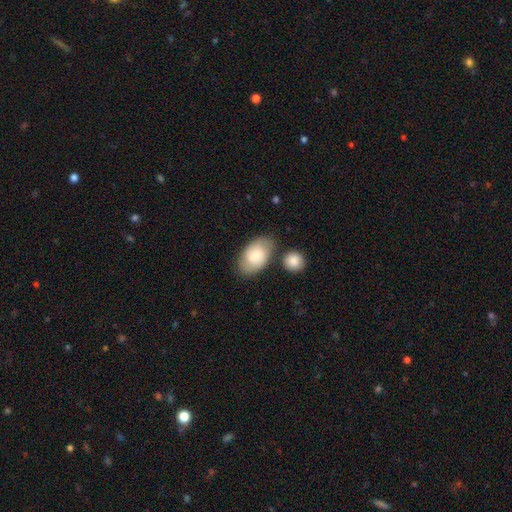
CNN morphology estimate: smooth-or-featured: smooth: 76% | featured or disk: 19% | star or artifact: 6%
  how-rounded: in between: 89% | round: 9% | cigar-shaped: 1%
  merging: none: 66% | minor disturbance: 16% | merger: 13% | major disturbance: 5%